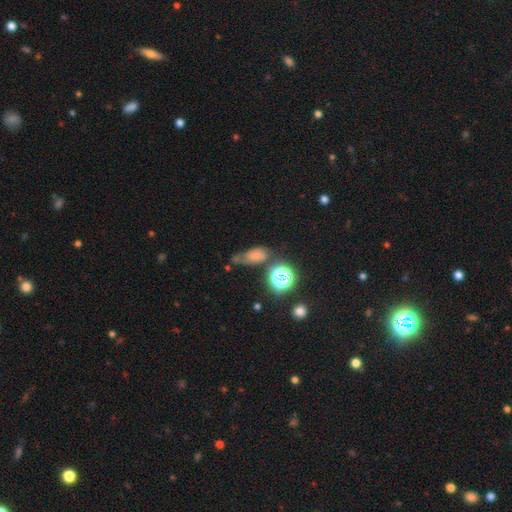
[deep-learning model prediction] This appears to be a smooth galaxy with no disk features (59%) that is in between round and cigar-shaped (73%). Merging: none (40%).